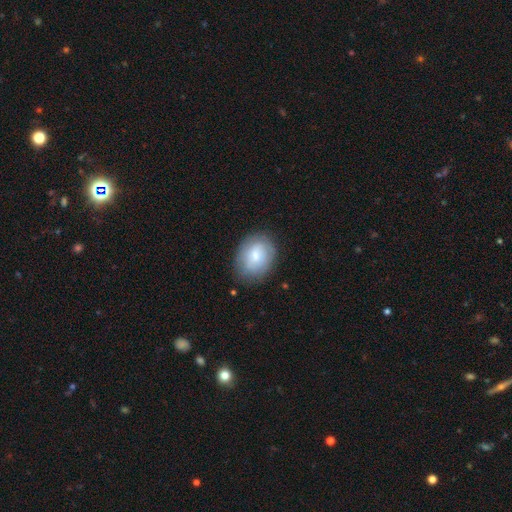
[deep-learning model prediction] smooth-or-featured: smooth: 69% | featured or disk: 24% | star or artifact: 7%
  how-rounded: in between: 60% | round: 39% | cigar-shaped: 1%
  merging: none: 78% | minor disturbance: 16% | major disturbance: 5% | merger: 1%